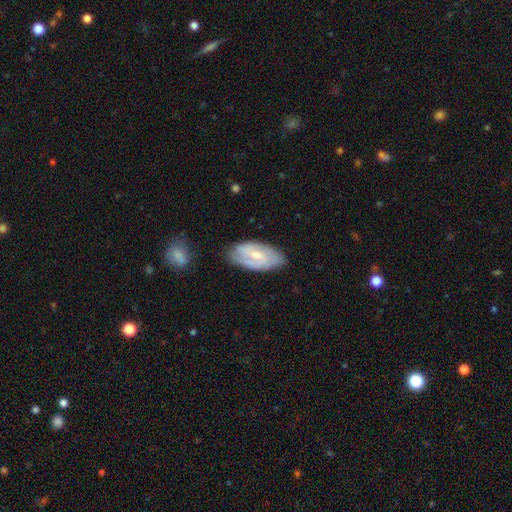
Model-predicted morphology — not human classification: A featured or disk galaxy (60%) with a weak bar (53%), spiral arms (81%) and a small central bulge (52%).

Vote fractions:
- Smooth or featured? featured or disk: 60% / smooth: 34% / star or artifact: 6%
- Edge-on disk? no: 93% / yes: 7%
- Bar? weak: 53% / no: 31% / strong: 16%
- Spiral arms? yes: 81% / no: 19%
- Bulge size? small: 52% / moderate: 40% / none: 5% / large: 2% / dominant: 1%
- Merging? none: 72% / minor disturbance: 21% / major disturbance: 5% / merger: 2%